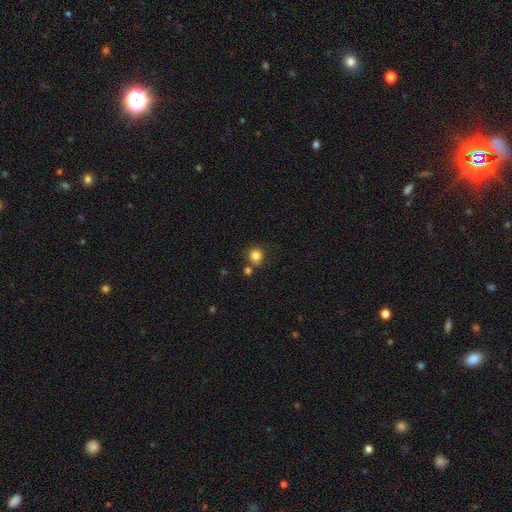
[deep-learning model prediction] smooth_or_featured: smooth (p=0.83) [alt: star or artifact p=0.11]
how_rounded: round (p=0.84) [alt: in between p=0.15]
merging: none (p=0.70) [alt: merger p=0.14]